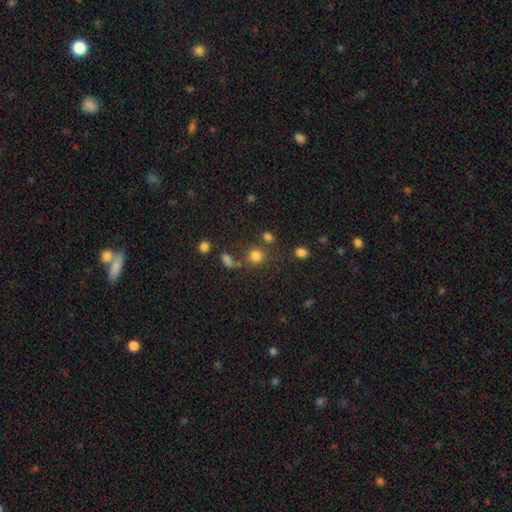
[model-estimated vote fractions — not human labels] smooth_or_featured: smooth (p=0.78) [alt: star or artifact p=0.15]
how_rounded: round (p=0.86) [alt: in between p=0.13]
merging: none (p=0.70) [alt: merger p=0.14]